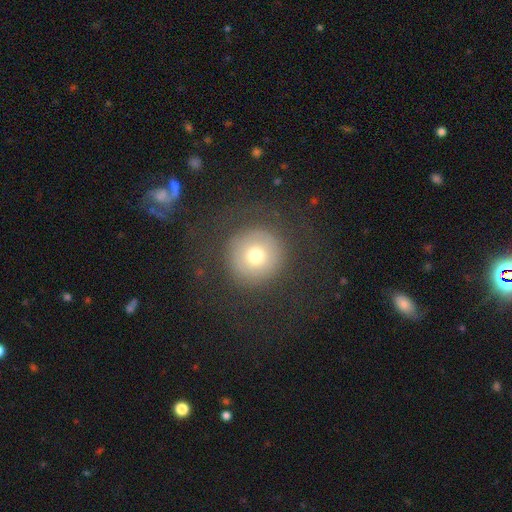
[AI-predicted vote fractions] Smooth or featured? Predicted: smooth (p=0.65). How rounded? Predicted: round (p=0.95). Merging? Predicted: none (p=0.77).